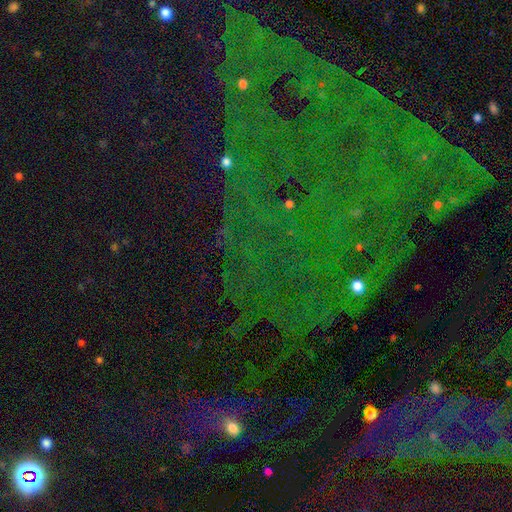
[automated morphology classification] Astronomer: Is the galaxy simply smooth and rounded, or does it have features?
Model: star or artifact — 78%.